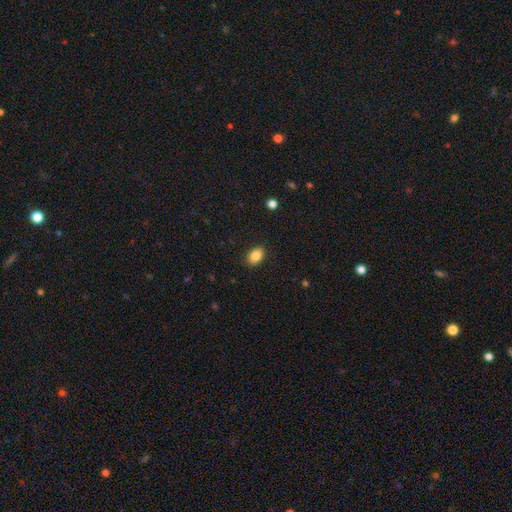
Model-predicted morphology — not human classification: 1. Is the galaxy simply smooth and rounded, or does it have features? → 87% smooth, 8% star or artifact, 5% featured or disk.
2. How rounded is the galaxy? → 81% in between, 18% round, 1% cigar-shaped.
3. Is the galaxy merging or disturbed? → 87% none, 9% minor disturbance, 2% major disturbance, 1% merger.